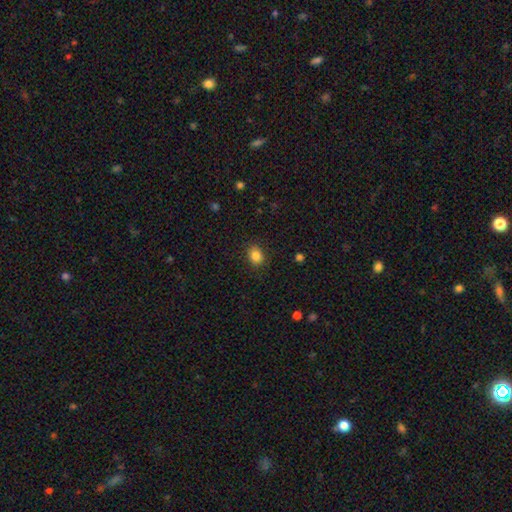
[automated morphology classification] A smooth galaxy with no disk features (84%) that is in between round and cigar-shaped (53%). Merging: none (86%).